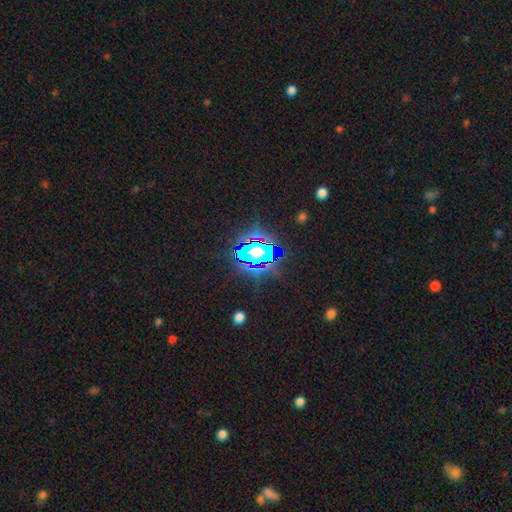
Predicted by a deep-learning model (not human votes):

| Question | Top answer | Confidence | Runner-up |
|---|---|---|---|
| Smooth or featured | star or artifact | 81% | smooth (12%) |